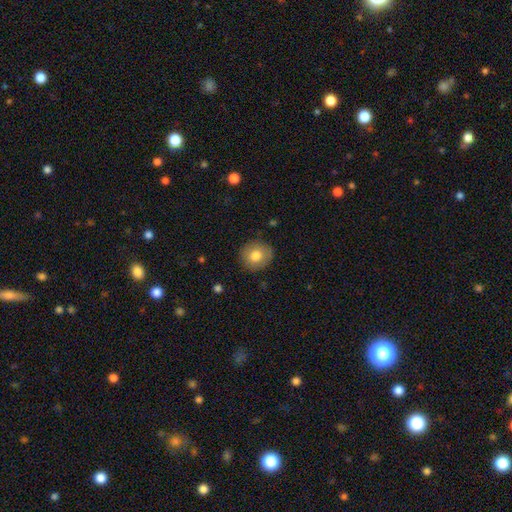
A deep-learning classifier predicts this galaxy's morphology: smooth-or-featured: smooth: 79% | featured or disk: 12% | star or artifact: 8%
  how-rounded: round: 85% | in between: 14% | cigar-shaped: 1%
  merging: none: 87% | minor disturbance: 10% | major disturbance: 2% | merger: 1%